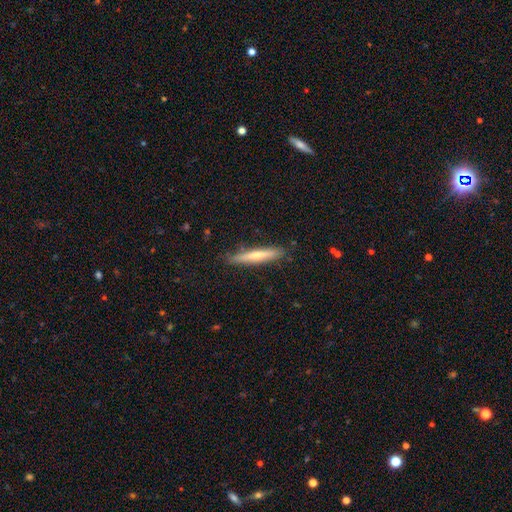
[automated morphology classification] The model was most divided on "smooth or featured" (2-way tie): featured or disk: 47%, smooth: 47%, star or artifact: 7%. More confident: merging — none (87%).